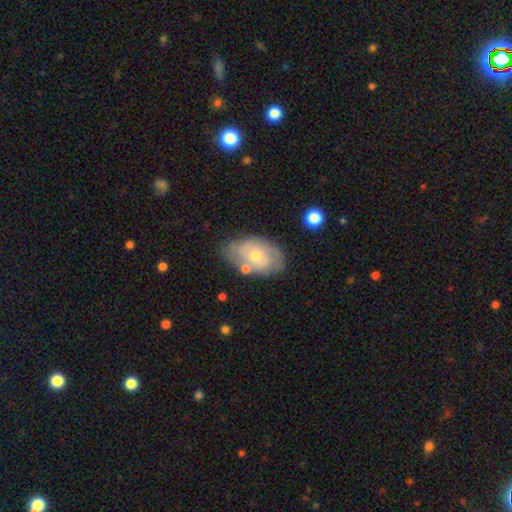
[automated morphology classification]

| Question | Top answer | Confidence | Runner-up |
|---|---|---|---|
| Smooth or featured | featured or disk | 48% | smooth (45%) |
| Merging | none | 64% | minor disturbance (23%) |